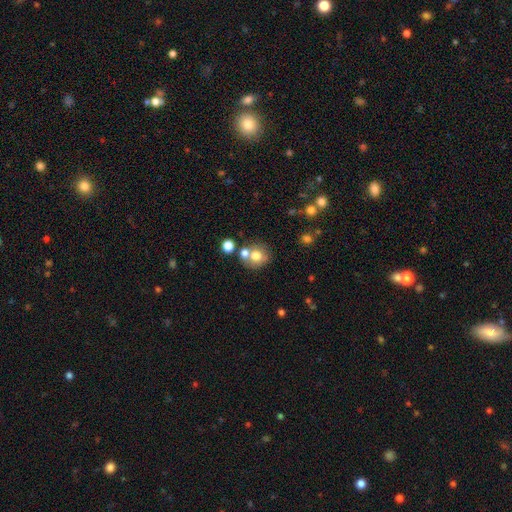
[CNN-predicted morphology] smooth 71%, featured or disk 17%, star or artifact 12%. Down the decision tree: how rounded — round (81%); merging — none (56%).